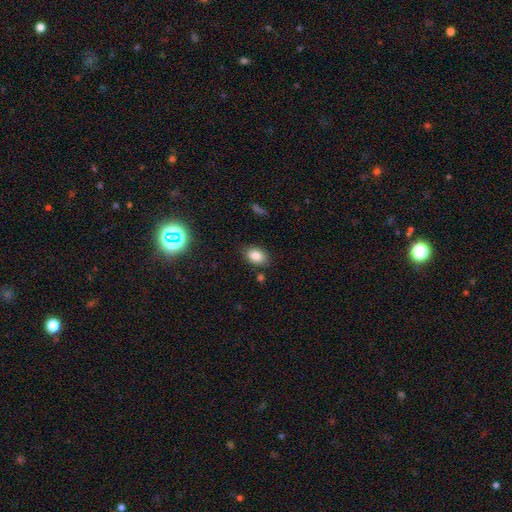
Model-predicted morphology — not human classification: Q: Smooth or featured?
A: smooth (83%); runner-up: star or artifact (10%)
Q: How rounded?
A: in between (81%); runner-up: round (18%)
Q: Merging?
A: none (81%); runner-up: minor disturbance (13%)